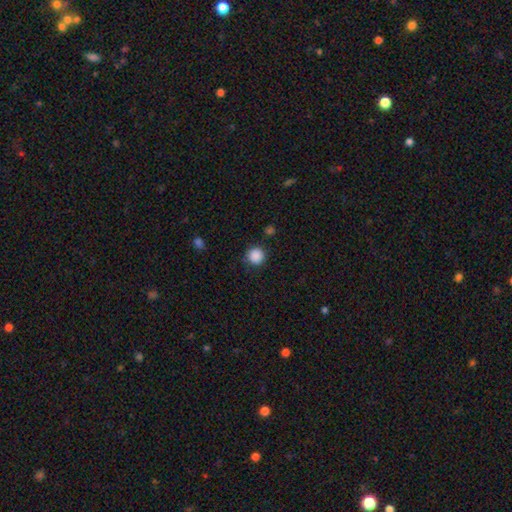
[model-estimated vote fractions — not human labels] Overall: smooth (88%). How rounded: round (94%). Merging: none (86%).